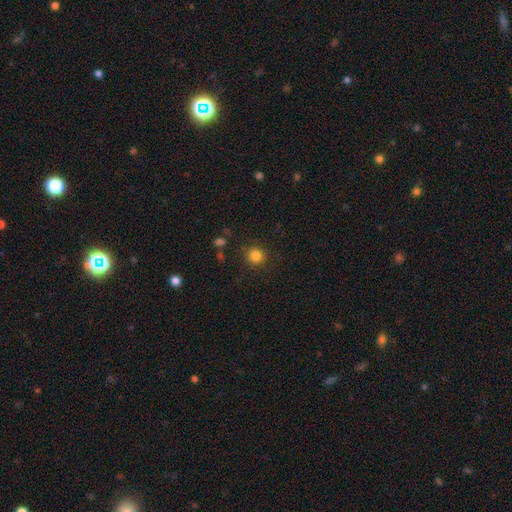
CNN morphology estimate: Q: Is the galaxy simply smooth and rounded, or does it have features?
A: smooth — 83%.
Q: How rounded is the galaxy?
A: round — 92%.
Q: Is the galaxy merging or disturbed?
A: none — 88%.